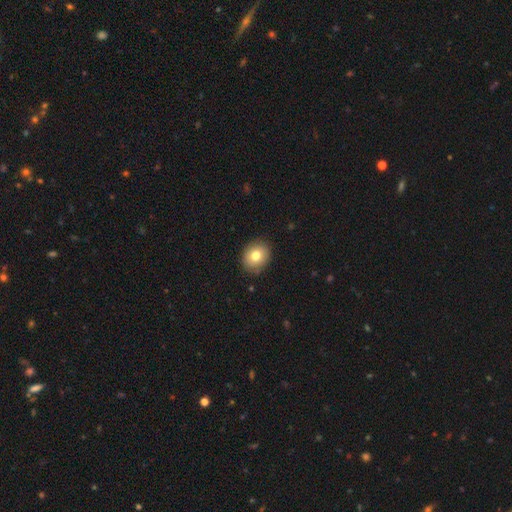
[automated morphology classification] Smooth or featured? smooth (78%)
How rounded? round (58%)
Merging? none (87%)